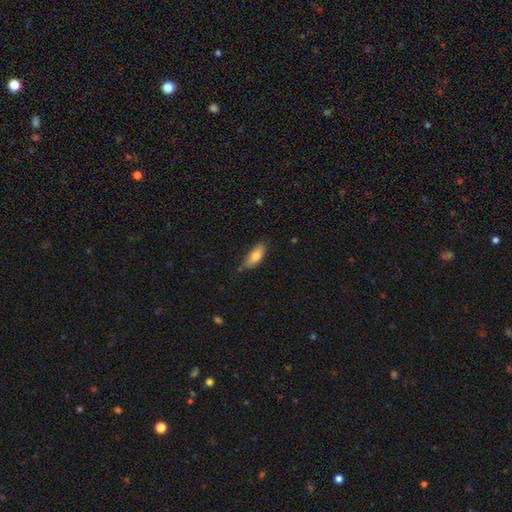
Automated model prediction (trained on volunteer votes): This appears to be a smooth galaxy with no disk features (75%) that is in between round and cigar-shaped (79%). Merging: none (62%).